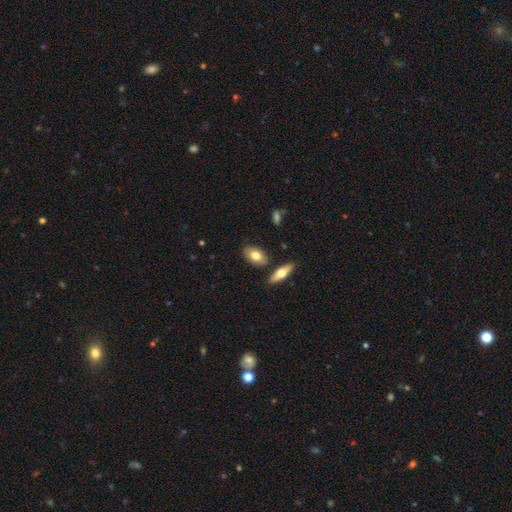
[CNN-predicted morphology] type=smooth (73%); roundness=in between (90%); merging=none (79%).